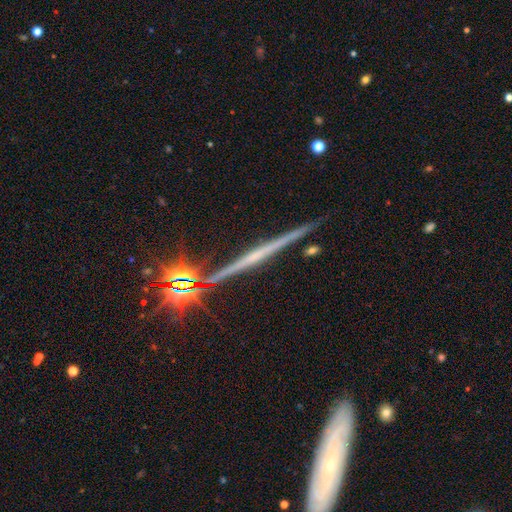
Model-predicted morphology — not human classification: Smooth or featured? Predicted: featured or disk (p=0.72). Edge-on disk? Predicted: yes (p=0.98). Edge-on bulge? Predicted: none (p=0.55). Merging? Predicted: none (p=0.86).